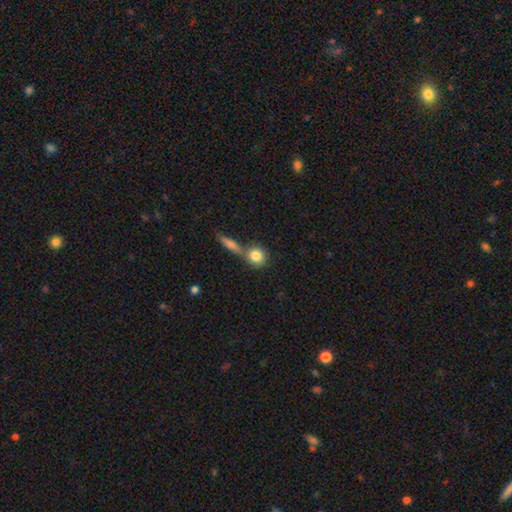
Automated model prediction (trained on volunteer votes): Q: Smooth or featured?
A: smooth (82%); runner-up: featured or disk (10%)
Q: How rounded?
A: round (82%); runner-up: in between (14%)
Q: Merging?
A: none (56%); runner-up: merger (32%)